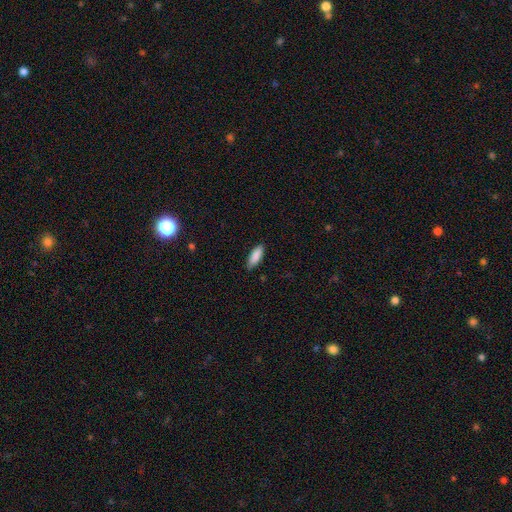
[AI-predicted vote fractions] smooth 88%, star or artifact 6%, featured or disk 6%. Down the decision tree: how rounded — in between (68%); merging — none (85%).